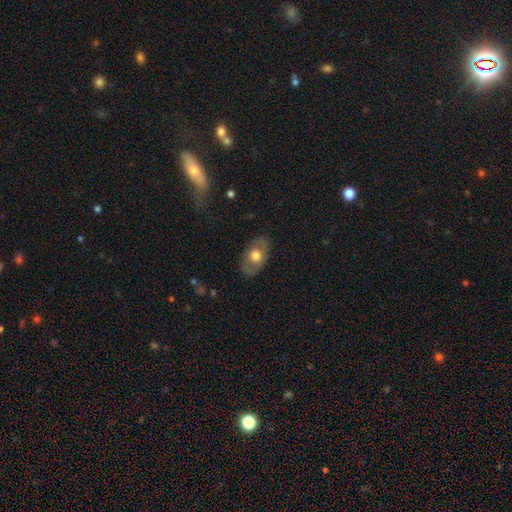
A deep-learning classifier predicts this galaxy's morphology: smooth-or-featured: smooth: 54% | featured or disk: 40% | star or artifact: 6%
  how-rounded: in between: 86% | round: 12% | cigar-shaped: 2%
  merging: none: 81% | minor disturbance: 14% | major disturbance: 4% | merger: 1%